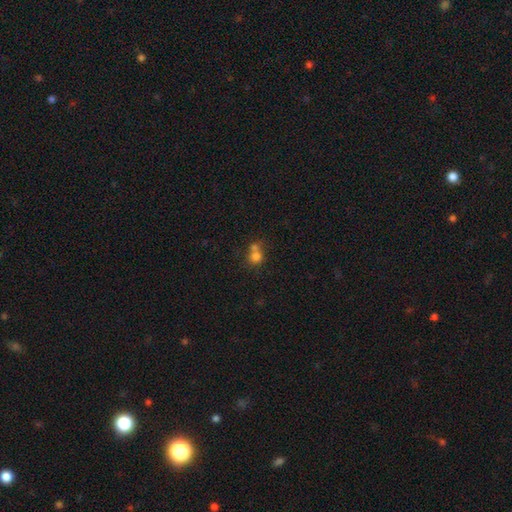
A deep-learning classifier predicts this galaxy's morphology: Overall: smooth (76%). How rounded: round (85%). Merging: merger (50%; none 39%).